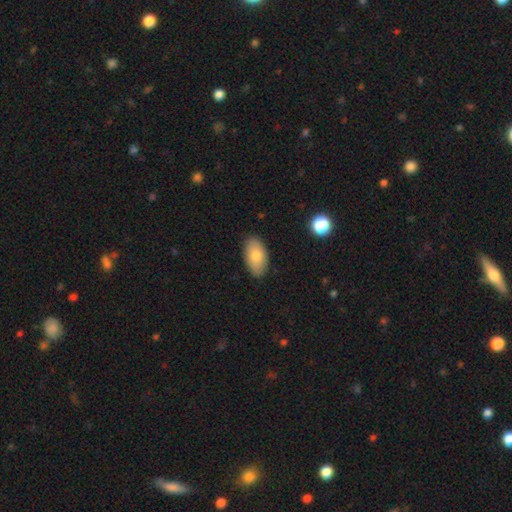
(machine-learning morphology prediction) This appears to be a smooth galaxy with no disk features (79%) that is in between round and cigar-shaped (94%). Merging: none (86%).